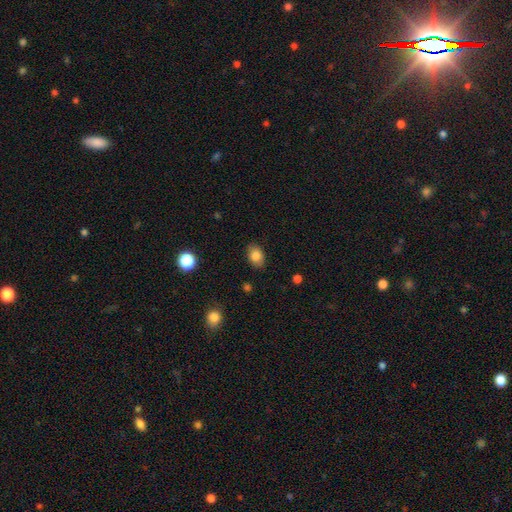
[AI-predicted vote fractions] This appears to be a smooth galaxy with no disk features (81%) that is in between round and cigar-shaped (79%). Merging: none (86%).